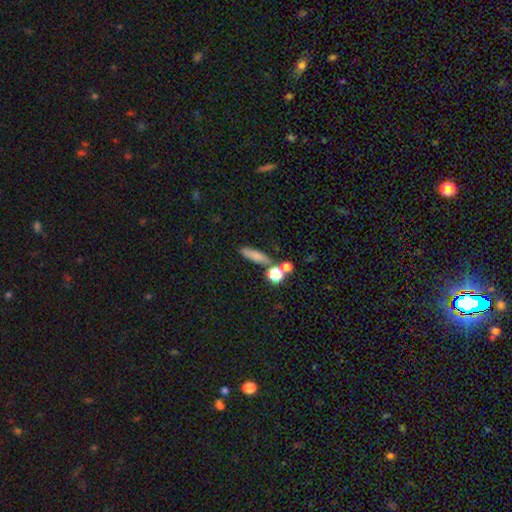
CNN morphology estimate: A smooth galaxy with no disk features (73%) that is cigar-shaped (58%).

Vote fractions:
- Smooth or featured? smooth: 73% / star or artifact: 14% / featured or disk: 13%
- How rounded? cigar-shaped: 58% / in between: 31% / round: 11%
- Merging? none: 69% / merger: 14% / minor disturbance: 12% / major disturbance: 5%